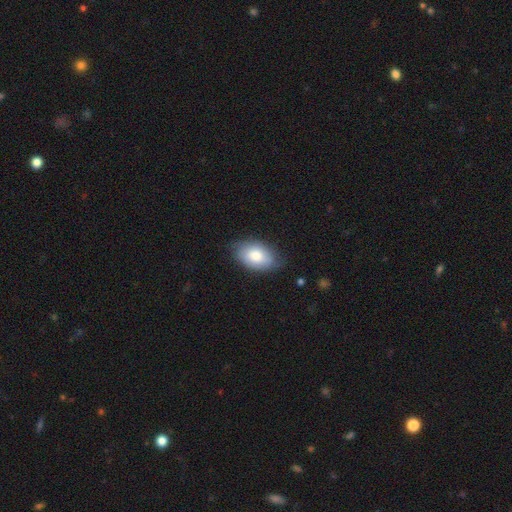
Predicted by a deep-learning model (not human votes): A smooth galaxy with no disk features (77%) that is in between round and cigar-shaped (90%). Merging: none (74%).